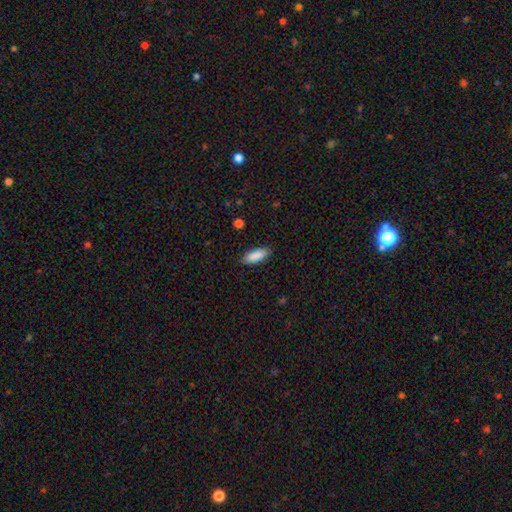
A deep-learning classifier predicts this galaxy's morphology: Smooth or featured? Predicted: smooth (p=0.89). How rounded? Predicted: in between (p=0.70). Merging? Predicted: none (p=0.89).